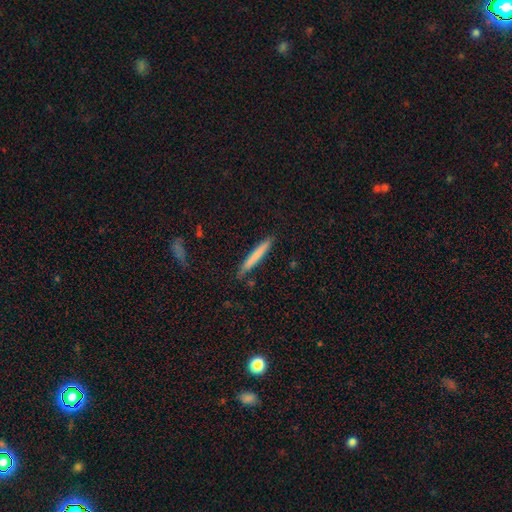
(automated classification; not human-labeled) Smooth or featured: smooth — 72% (featured or disk — 22%)
How rounded: cigar-shaped — 96% (in between — 3%)
Merging: none — 85% (minor disturbance — 11%)